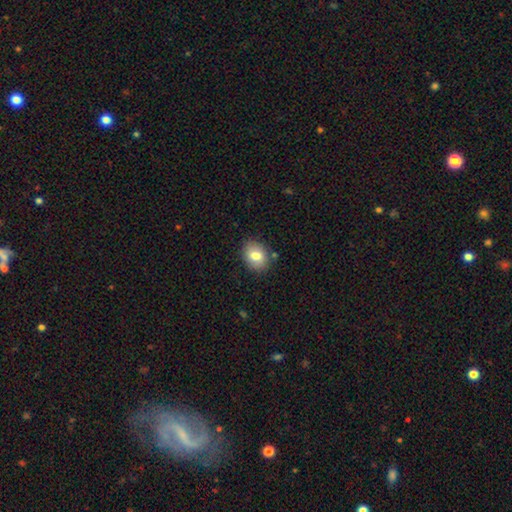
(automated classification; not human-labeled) Morphology: type=smooth (80%); roundness=in between (58%); merging=none (83%).